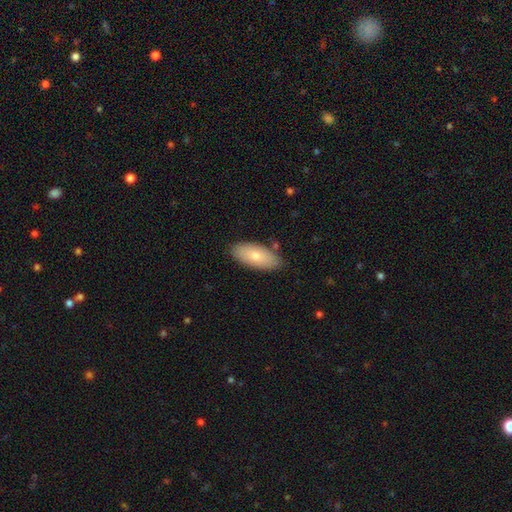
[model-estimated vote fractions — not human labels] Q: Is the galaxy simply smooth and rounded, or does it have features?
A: smooth — 78%.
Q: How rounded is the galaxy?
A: in between — 89%.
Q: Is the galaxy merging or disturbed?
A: none — 85%.